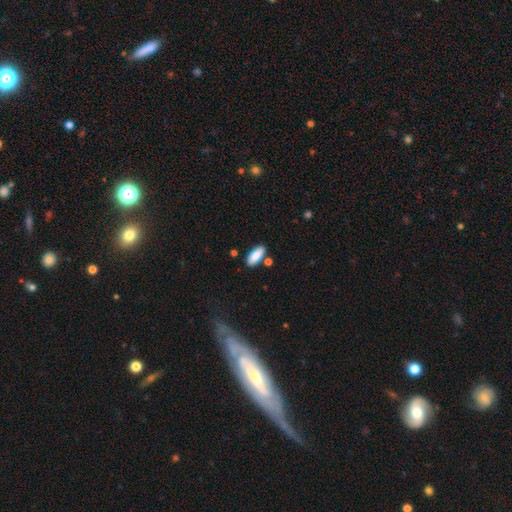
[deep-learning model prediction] Overall: smooth (86%). How rounded: in between (80%). Merging: none (80%).